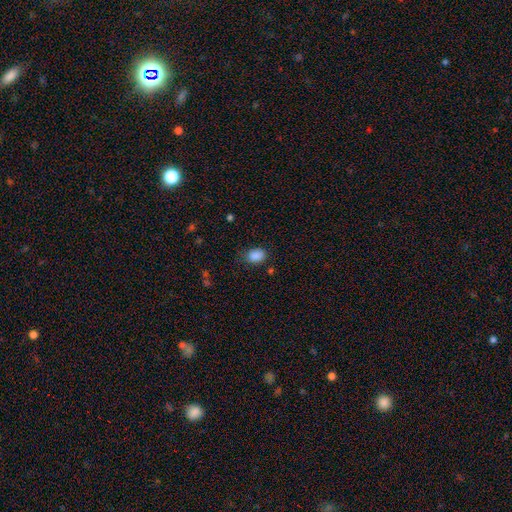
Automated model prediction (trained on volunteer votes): The model was most divided on "how rounded": in between: 70%, round: 29%, cigar-shaped: 1%. More confident: smooth or featured — smooth (88%); merging — none (73%).